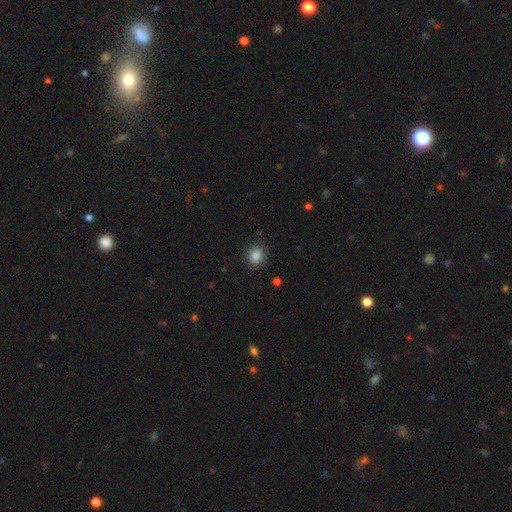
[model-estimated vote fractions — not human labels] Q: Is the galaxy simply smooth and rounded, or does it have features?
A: smooth — 86%.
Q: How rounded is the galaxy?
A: round — 63%.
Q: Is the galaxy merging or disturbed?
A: none — 85%.